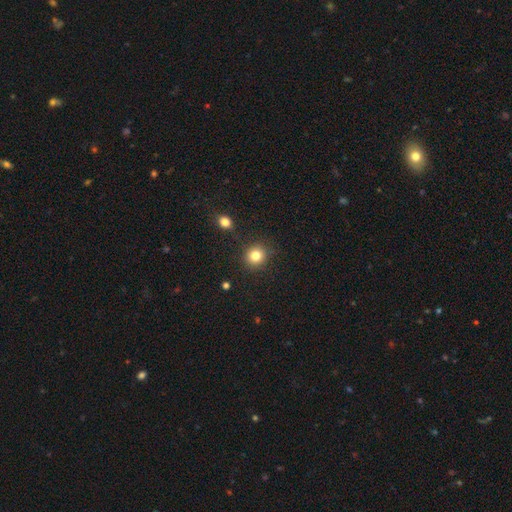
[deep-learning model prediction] This is clearly a smooth galaxy (82%). How rounded: clearly round (88%). Merging: clearly none (88%).